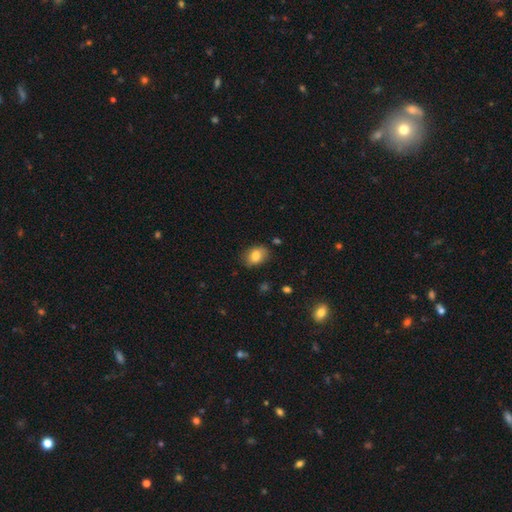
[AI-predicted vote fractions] A smooth galaxy with no disk features (82%) that is in between round and cigar-shaped (77%).

Vote fractions:
- Smooth or featured? smooth: 82% / featured or disk: 10% / star or artifact: 8%
- How rounded? in between: 77% / round: 22% / cigar-shaped: 1%
- Merging? none: 78% / minor disturbance: 17% / major disturbance: 4% / merger: 2%